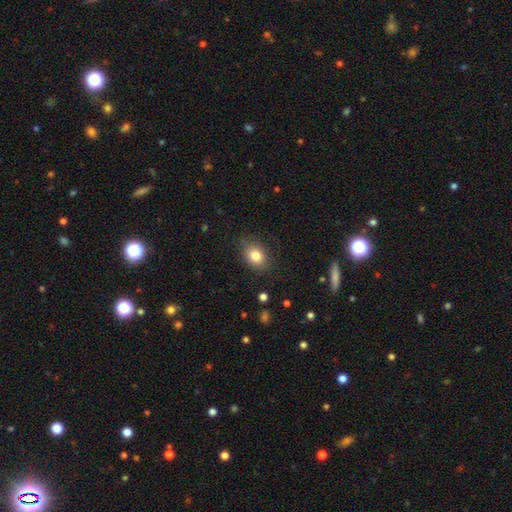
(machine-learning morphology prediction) Smooth or featured? smooth (81%)
How rounded? in between (60%)
Merging? none (82%)